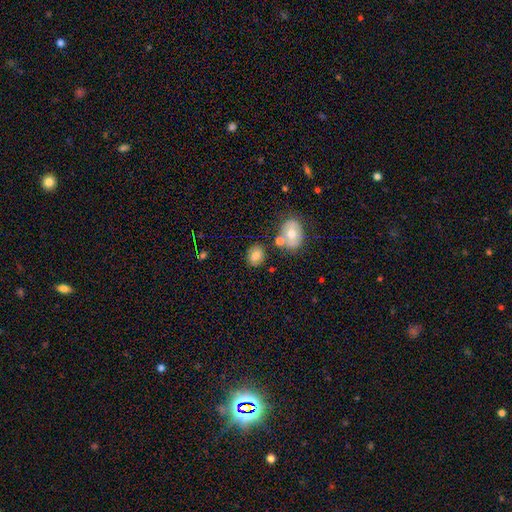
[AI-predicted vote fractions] This appears to be a smooth galaxy with no disk features (76%) that is round (53%). Merging: none (72%).